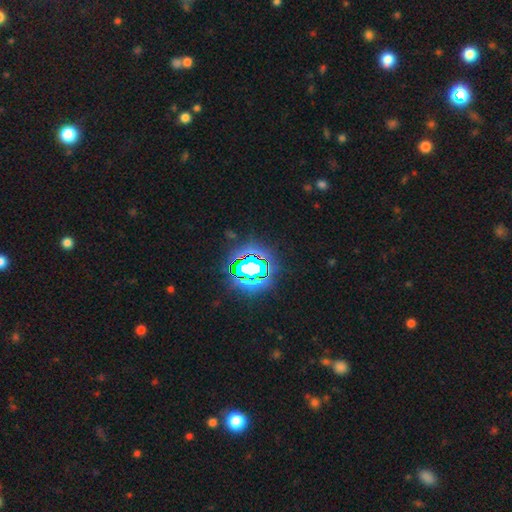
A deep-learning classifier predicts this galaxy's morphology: This appears to be a star or artifact, not a galaxy (84%).